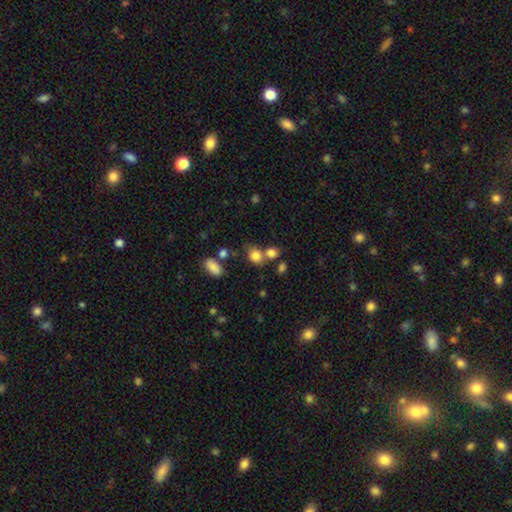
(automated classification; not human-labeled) Smooth or featured? smooth (81%)
How rounded? round (56%)
Merging? none (49%)